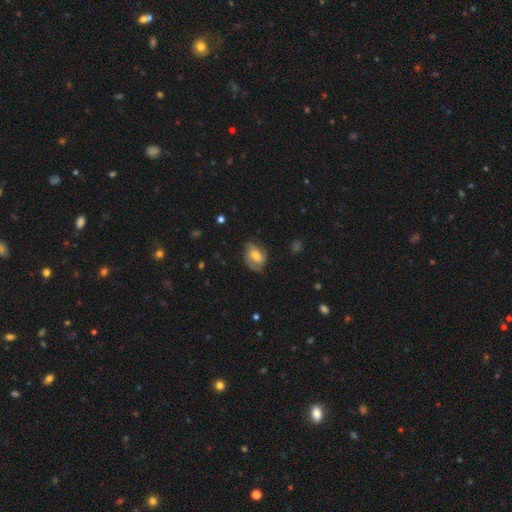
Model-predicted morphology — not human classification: Q: Smooth or featured?
A: featured or disk (53%); runner-up: smooth (39%)
Q: Edge-on disk?
A: no (95%); runner-up: yes (5%)
Q: Bar?
A: no (42%); runner-up: weak (40%)
Q: Spiral arms?
A: yes (79%); runner-up: no (21%)
Q: Bulge size?
A: moderate (57%); runner-up: small (28%)
Q: Merging?
A: none (59%); runner-up: minor disturbance (27%)